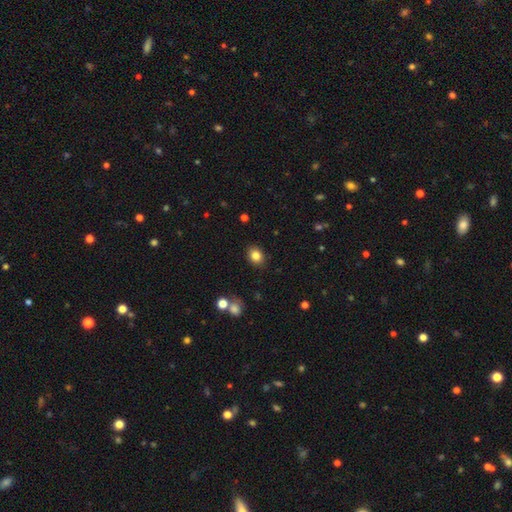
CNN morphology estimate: A smooth galaxy with no disk features (83%) that is in between round and cigar-shaped (54%). Merging: none (88%).